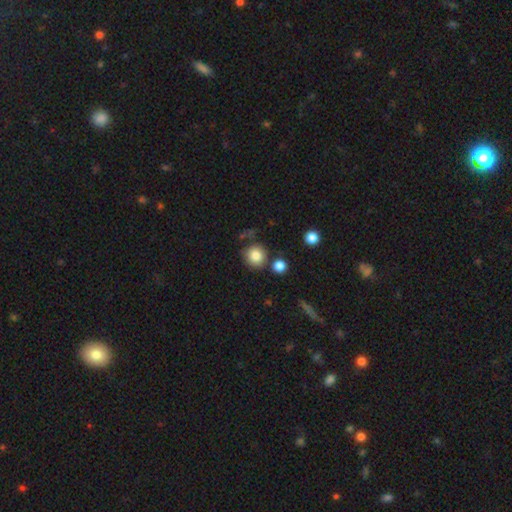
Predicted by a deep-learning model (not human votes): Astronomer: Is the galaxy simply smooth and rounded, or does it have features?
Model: smooth — 83%.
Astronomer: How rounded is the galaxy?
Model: round — 91%.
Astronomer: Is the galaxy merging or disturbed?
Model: none — 76%.